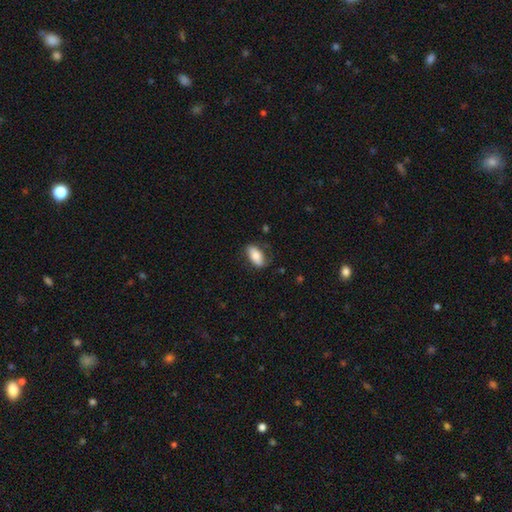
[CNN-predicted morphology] Overall: smooth (72%). How rounded: in between (90%). Merging: none (67%).